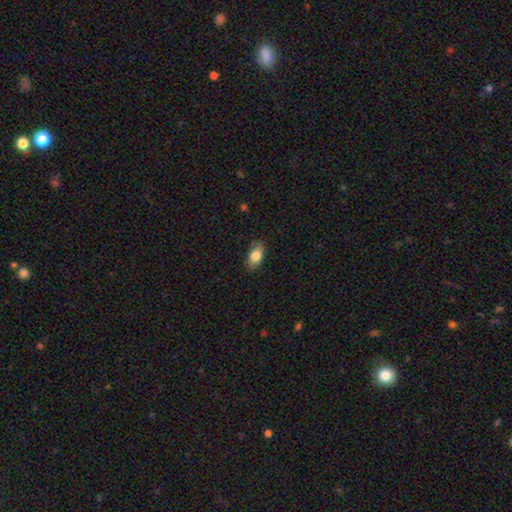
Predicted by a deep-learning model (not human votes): The model was most divided on "merging": none: 81%, minor disturbance: 15%, major disturbance: 3%, merger: 1%. More confident: how rounded — in between (89%); smooth or featured — smooth (81%).